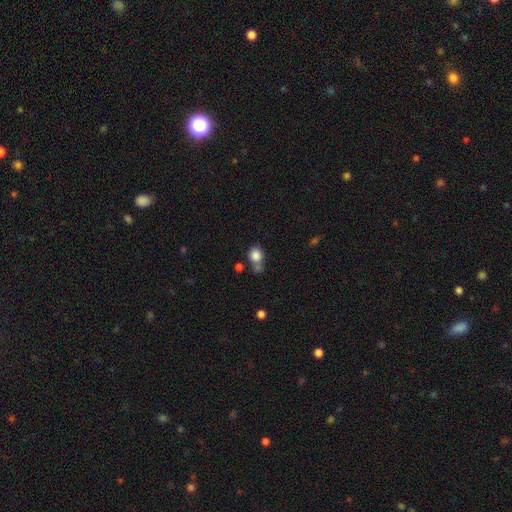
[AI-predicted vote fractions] A smooth galaxy with no disk features (84%) that is round (72%).

Vote fractions:
- Smooth or featured? smooth: 84% / star or artifact: 10% / featured or disk: 7%
- How rounded? round: 72% / in between: 26% / cigar-shaped: 1%
- Merging? none: 47% / merger: 25% / minor disturbance: 19% / major disturbance: 9%